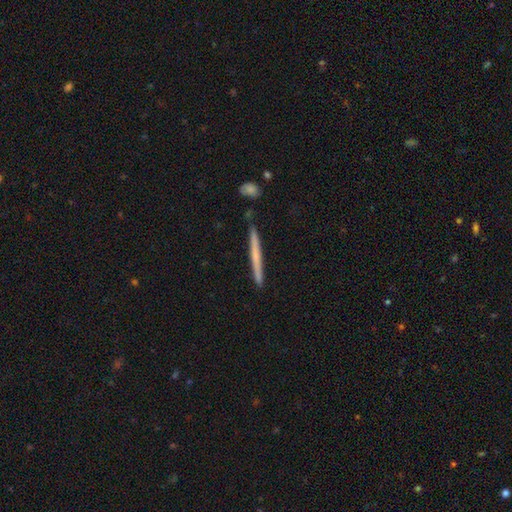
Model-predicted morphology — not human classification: Smooth or featured: smooth — 51% (featured or disk — 43%)
How rounded: cigar-shaped — 97% (in between — 2%)
Merging: none — 89% (minor disturbance — 7%)